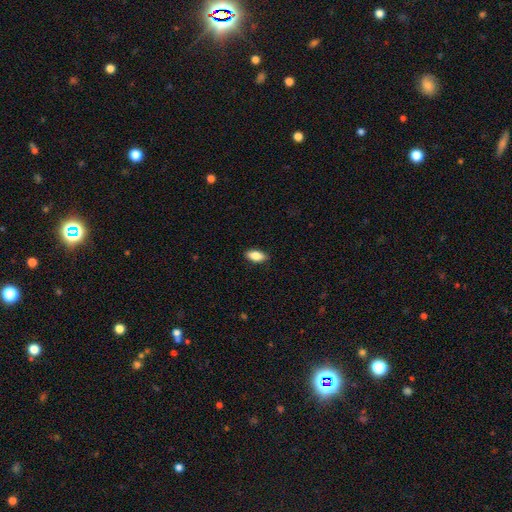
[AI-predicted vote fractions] The model was most divided on "smooth or featured": smooth: 83%, featured or disk: 10%, star or artifact: 7%. More confident: merging — none (89%); how rounded — in between (88%).